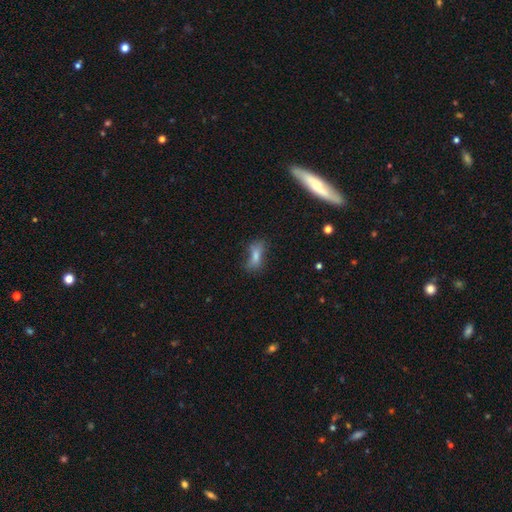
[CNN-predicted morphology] Smooth or featured? Predicted: smooth (p=0.69). How rounded? Predicted: in between (p=0.77). Merging? Predicted: none (p=0.47).